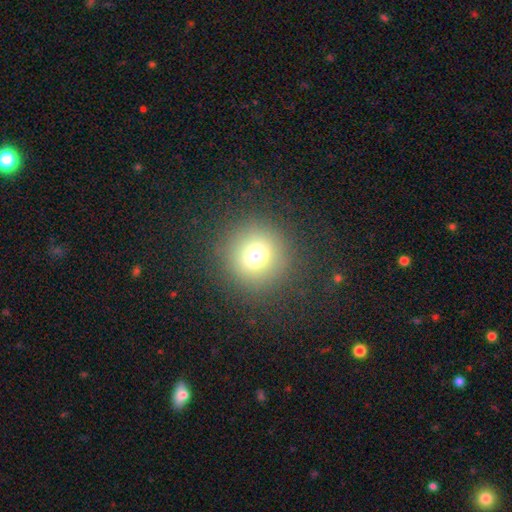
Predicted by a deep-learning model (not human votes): This appears to be a smooth galaxy with no disk features (74%) that is round (94%). Merging: none (89%).